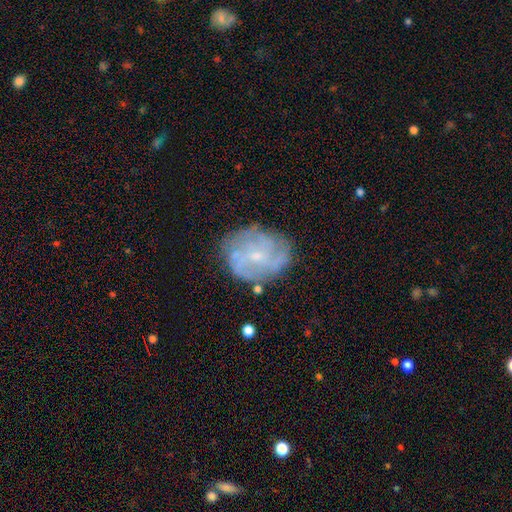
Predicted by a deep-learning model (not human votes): Smooth or featured? Predicted: featured or disk (p=0.70). Edge-on disk? Predicted: no (p=0.97). Bar? Predicted: no (p=0.62). Spiral arms? Predicted: yes (p=0.78). Spiral winding? Predicted: tight (p=0.39). Spiral arm count? Predicted: can't tell (p=0.44). Bulge size? Predicted: small (p=0.72). Merging? Predicted: none (p=0.71).